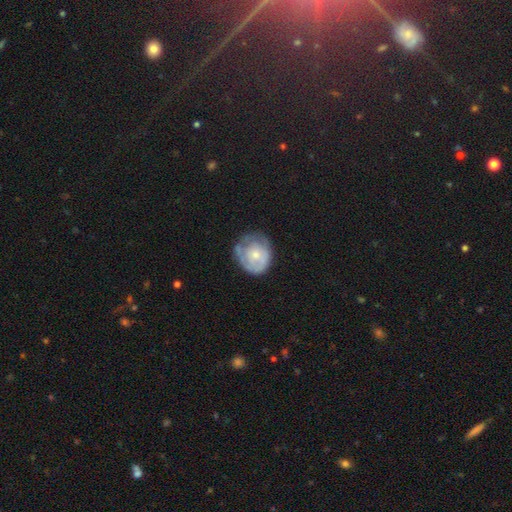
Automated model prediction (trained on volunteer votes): A featured or disk galaxy (50%). Merging: none (56%).